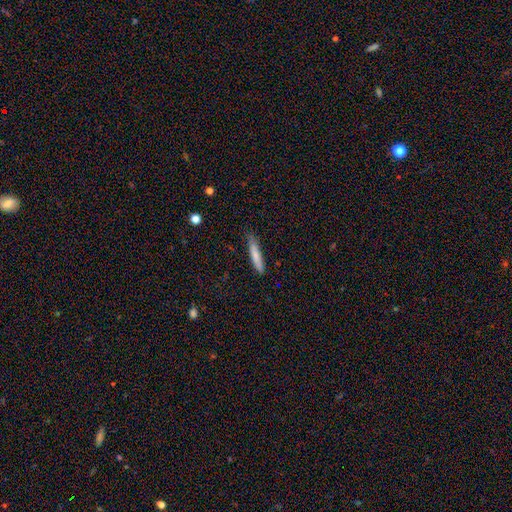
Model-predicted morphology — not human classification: smooth_or_featured: smooth (p=0.76) [alt: featured or disk p=0.18]
how_rounded: cigar-shaped (p=0.90) [alt: in between p=0.09]
merging: none (p=0.78) [alt: minor disturbance p=0.18]